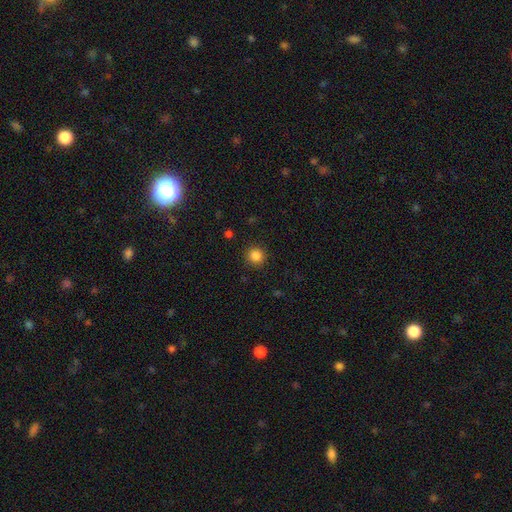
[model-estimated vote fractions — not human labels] Morphology: type=smooth (85%); roundness=round (94%); merging=none (90%).